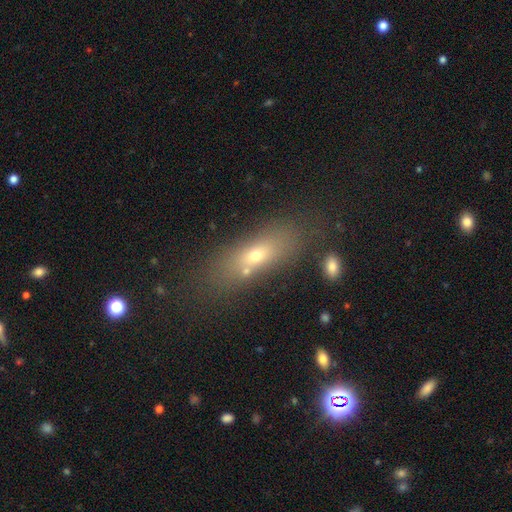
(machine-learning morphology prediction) type=smooth (61%); roundness=in between (57%); merging=none (62%).